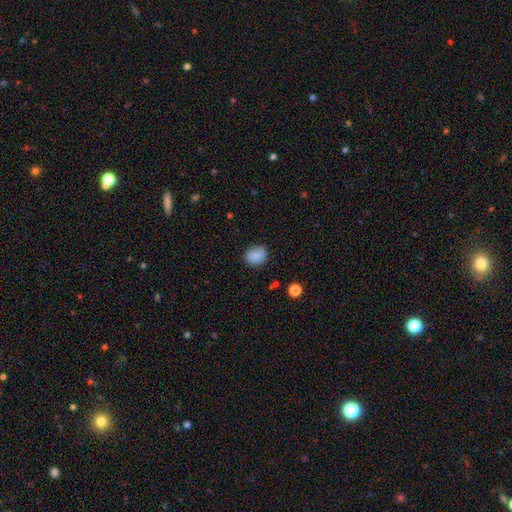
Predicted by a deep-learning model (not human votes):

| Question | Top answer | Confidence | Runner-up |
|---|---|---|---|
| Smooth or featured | smooth | 86% | star or artifact (9%) |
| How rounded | round | 62% | in between (37%) |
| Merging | none | 81% | minor disturbance (14%) |